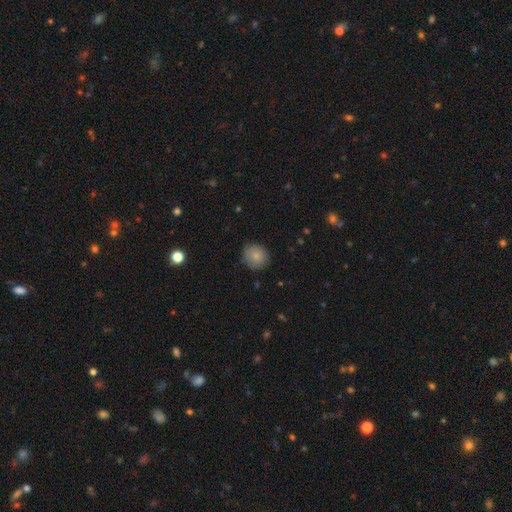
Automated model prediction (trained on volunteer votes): Smooth or featured? smooth (81%)
How rounded? round (89%)
Merging? none (82%)